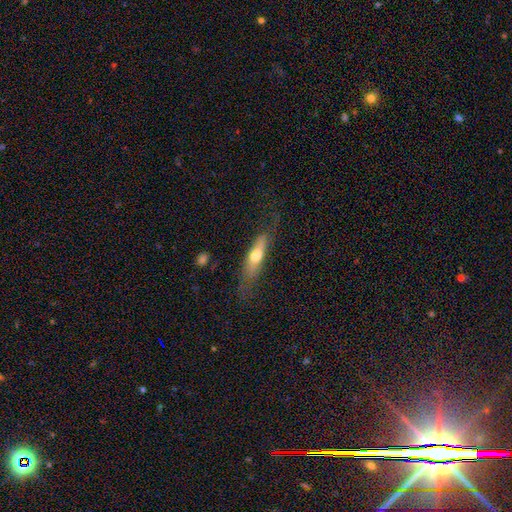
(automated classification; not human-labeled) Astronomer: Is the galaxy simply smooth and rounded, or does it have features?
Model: smooth — 55% (runner-up: featured or disk, 39%).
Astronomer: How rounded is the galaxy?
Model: cigar-shaped — 66%.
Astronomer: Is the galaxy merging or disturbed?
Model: none — 63%.